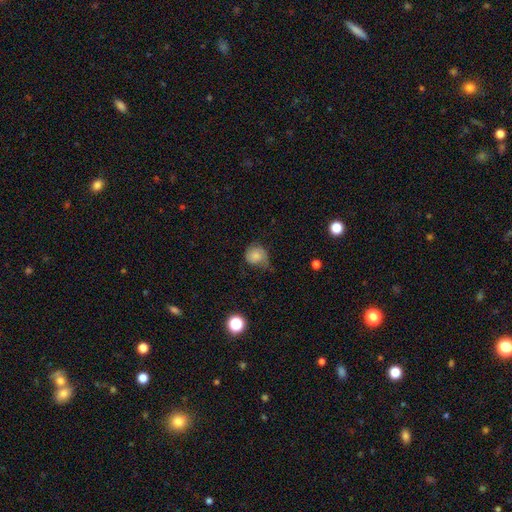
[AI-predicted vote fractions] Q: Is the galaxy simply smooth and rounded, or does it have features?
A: smooth — 71%.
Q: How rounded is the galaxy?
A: round — 76%.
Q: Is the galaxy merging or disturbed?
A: minor disturbance — 41%.